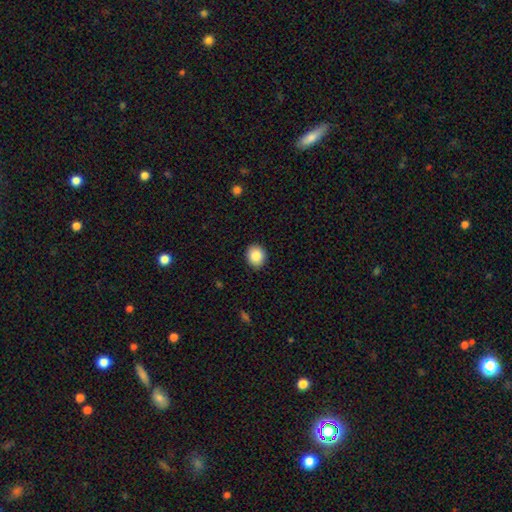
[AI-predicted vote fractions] This appears to be a smooth galaxy with no disk features (87%) that is round (76%). Merging: none (89%).